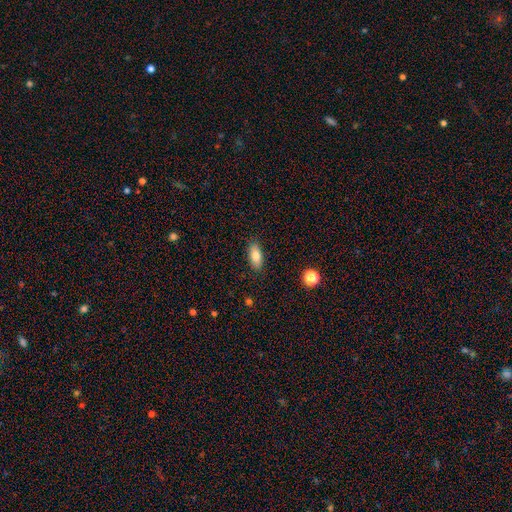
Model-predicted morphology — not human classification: type=smooth (82%); roundness=in between (84%); merging=none (88%).